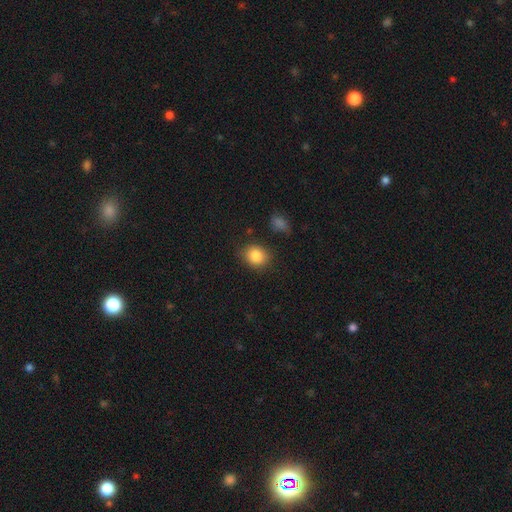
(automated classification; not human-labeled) Morphology: type=smooth (86%); roundness=round (61%); merging=none (80%).